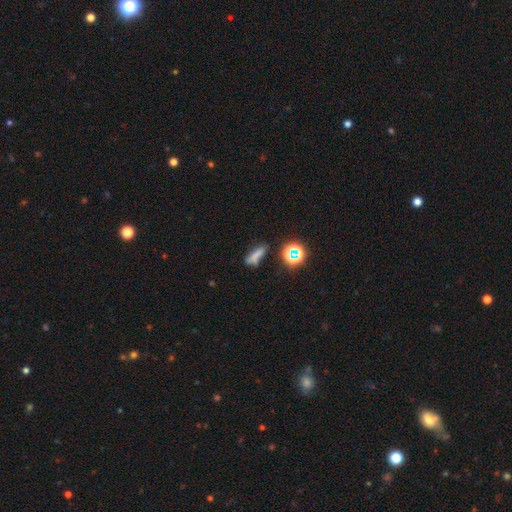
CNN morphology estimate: A smooth galaxy with no disk features (62%) that is cigar-shaped (58%). Merging: none (53%).